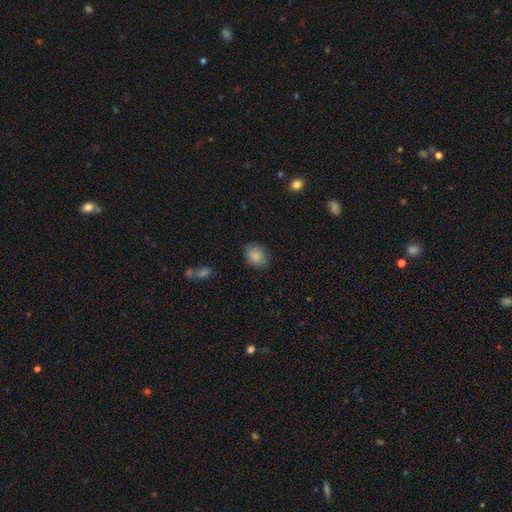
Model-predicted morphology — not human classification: smooth 86%, star or artifact 8%, featured or disk 6%. Down the decision tree: how rounded — in between (51%); merging — none (81%).